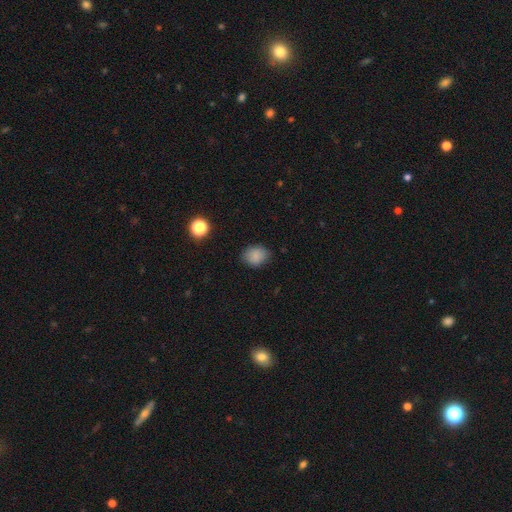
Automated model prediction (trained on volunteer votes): Smooth or featured: smooth — 85% (star or artifact — 11%)
How rounded: in between — 51% (round — 48%)
Merging: none — 77% (minor disturbance — 18%)